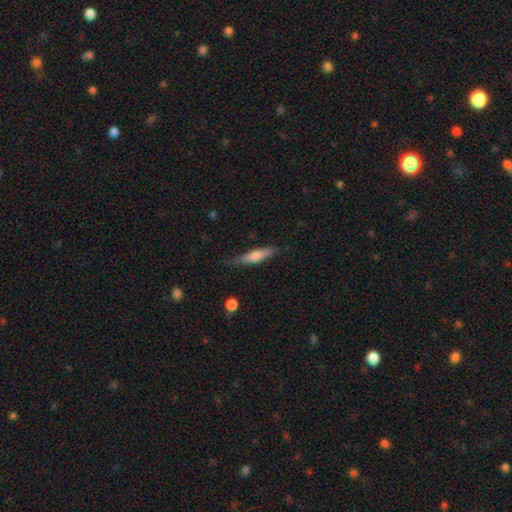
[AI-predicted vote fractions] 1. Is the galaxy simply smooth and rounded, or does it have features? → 58% smooth, 36% featured or disk, 6% star or artifact.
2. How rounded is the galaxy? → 78% cigar-shaped, 20% in between, 2% round.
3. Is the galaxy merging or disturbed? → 74% none, 20% minor disturbance, 4% major disturbance, 2% merger.